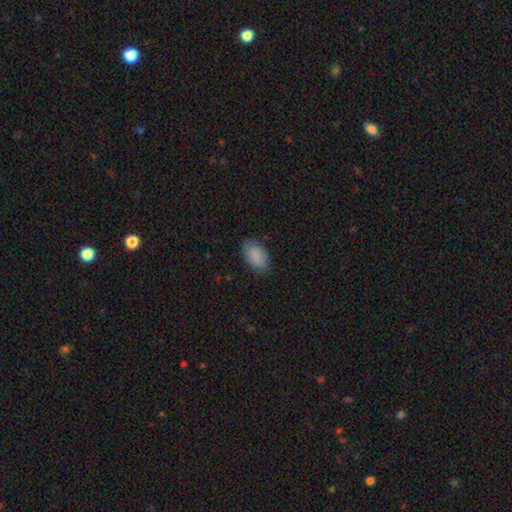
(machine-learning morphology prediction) Smooth or featured? smooth (88%)
How rounded? in between (92%)
Merging? none (82%)